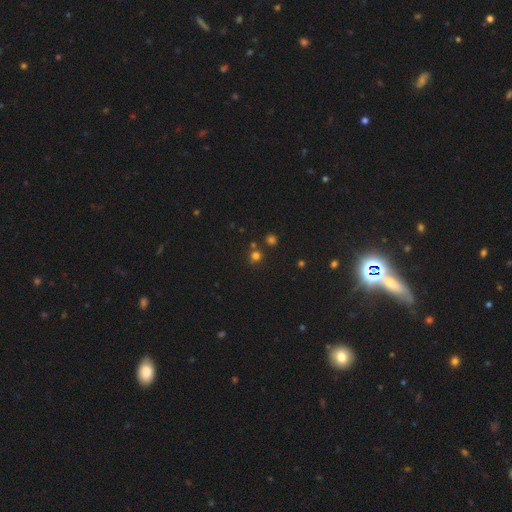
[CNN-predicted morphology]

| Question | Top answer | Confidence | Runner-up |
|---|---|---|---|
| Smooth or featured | smooth | 69% | star or artifact (25%) |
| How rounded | round | 90% | in between (9%) |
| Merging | none | 74% | merger (15%) |